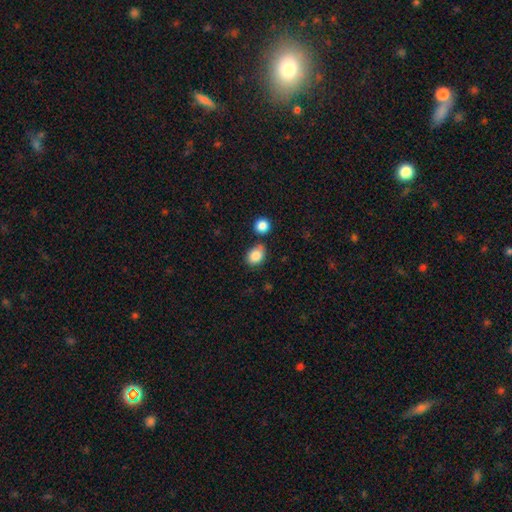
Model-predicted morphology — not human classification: A smooth galaxy with no disk features (86%) that is in between round and cigar-shaped (60%).

Vote fractions:
- Smooth or featured? smooth: 86% / star or artifact: 9% / featured or disk: 5%
- How rounded? in between: 60% / round: 39% / cigar-shaped: 1%
- Merging? none: 66% / minor disturbance: 17% / merger: 13% / major disturbance: 4%